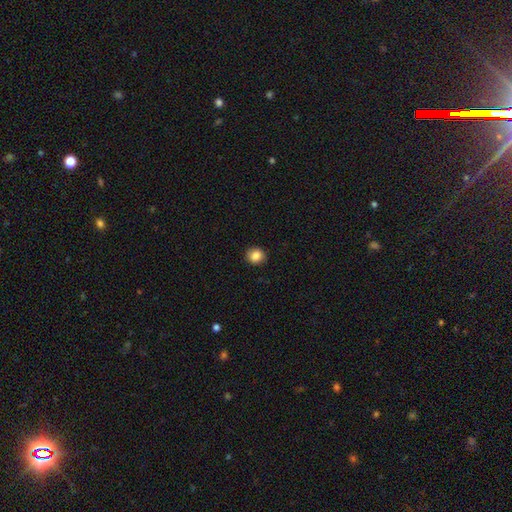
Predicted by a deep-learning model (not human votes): A smooth galaxy with no disk features (86%) that is round (86%). Merging: none (90%).